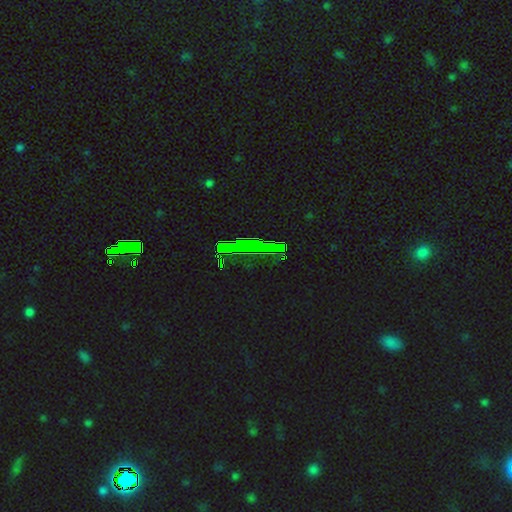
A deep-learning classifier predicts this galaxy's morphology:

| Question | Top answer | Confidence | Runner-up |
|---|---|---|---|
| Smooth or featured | star or artifact | 60% | smooth (21%) |